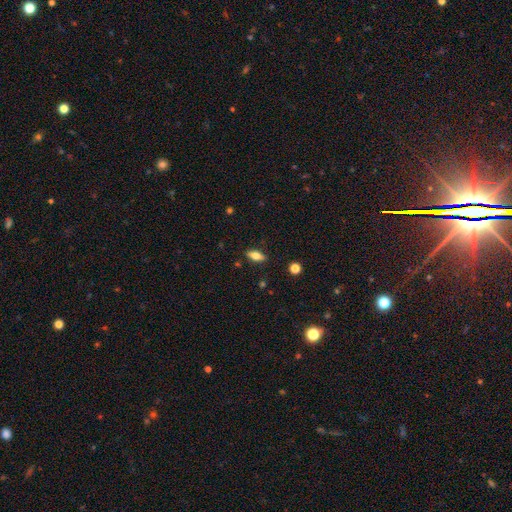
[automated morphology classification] Smooth or featured? smooth (67%)
How rounded? in between (79%)
Merging? none (87%)